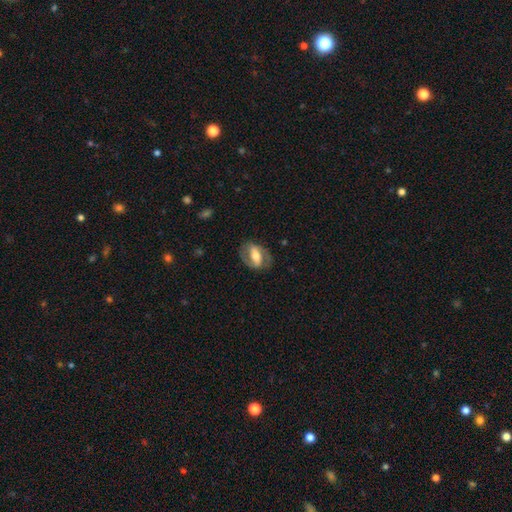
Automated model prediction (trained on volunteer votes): Overall: featured or disk (70%). Edge-on disk: no (94%). Bar: strong (54%; weak 29%). Spiral arms: yes (76%). Bulge size: moderate (58%; large 20%). Merging: none (76%).